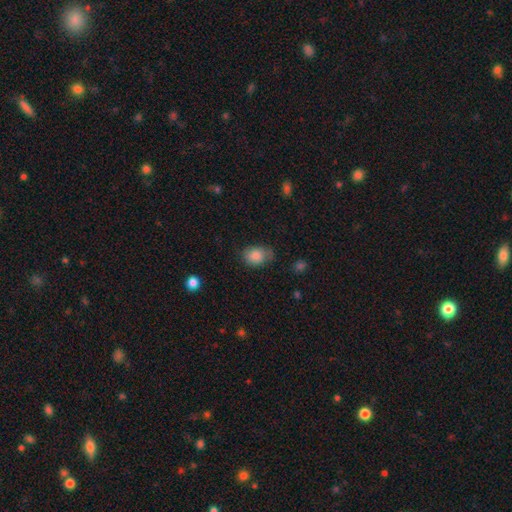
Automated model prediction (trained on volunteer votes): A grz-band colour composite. It shows a smooth galaxy with no disk features (85%) that is in between round and cigar-shaped (64%). Merging: none (63%).